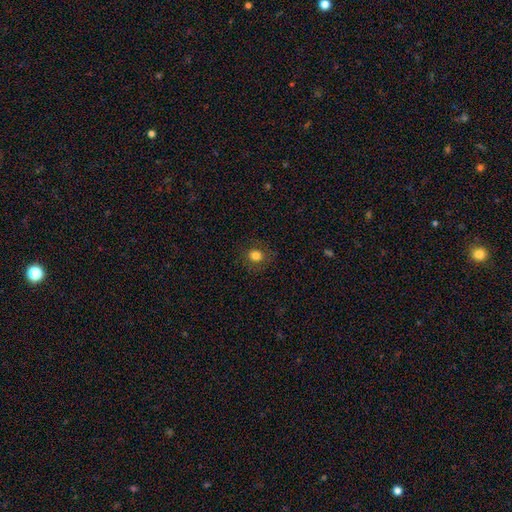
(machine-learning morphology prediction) Smooth or featured? Predicted: smooth (p=0.80). How rounded? Predicted: round (p=0.74). Merging? Predicted: none (p=0.86).